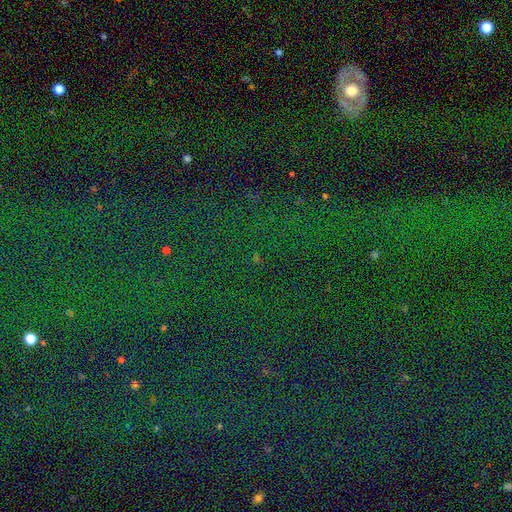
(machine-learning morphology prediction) Smooth or featured: star or artifact — 80% (smooth — 11%)